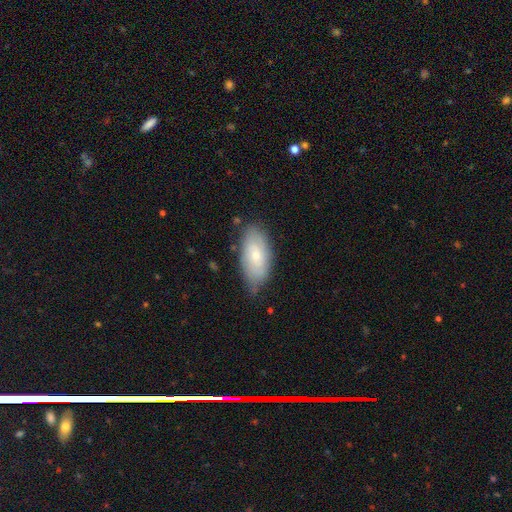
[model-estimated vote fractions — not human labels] Smooth or featured?
  - smooth: 56% *
  - featured or disk: 37%
  - star or artifact: 6%
How rounded?
  - in between: 92% *
  - cigar-shaped: 5%
  - round: 3%
Merging?
  - none: 70% *
  - minor disturbance: 24%
  - major disturbance: 4%
  - merger: 2%